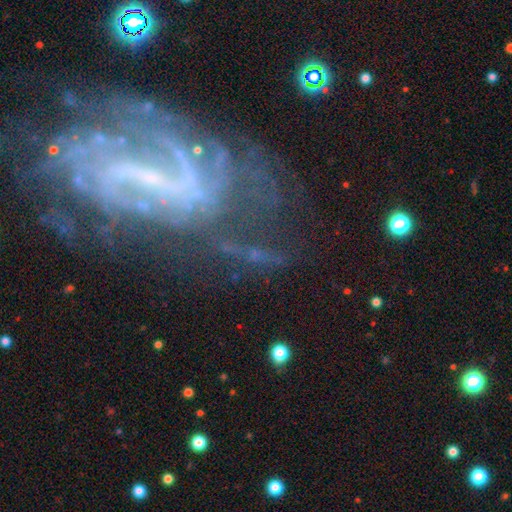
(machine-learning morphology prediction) This is likely a featured or disk galaxy (74%). It is clearly not viewed edge-on (95%). Bar: marginally strong (36%). Spiral arm pattern: likely yes (70%). Central bulge: possibly small (46%). Merging: marginally none (39%).